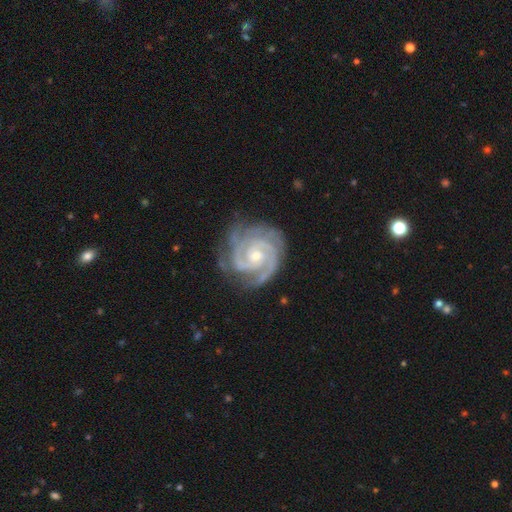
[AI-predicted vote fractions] This is clearly a featured or disk galaxy (93%). It is clearly not viewed edge-on (98%). Bar: likely no (66%). Spiral arm pattern: clearly yes (99%). Spiral arm count: marginally 3 (42%). Spiral winding: likely tight (73%). Central bulge: possibly small (55%). Merging: likely none (76%).